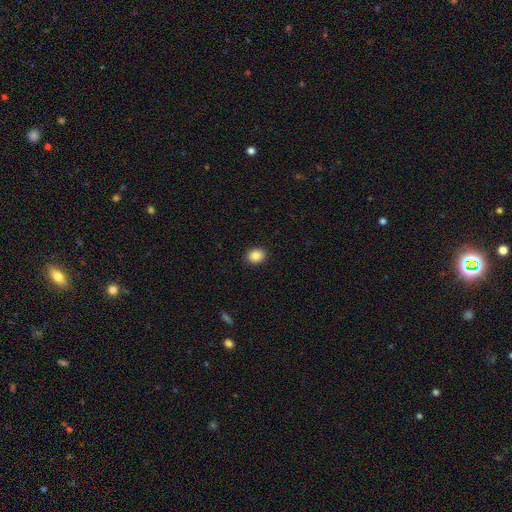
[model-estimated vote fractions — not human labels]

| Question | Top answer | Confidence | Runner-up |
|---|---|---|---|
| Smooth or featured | smooth | 87% | star or artifact (9%) |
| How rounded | round | 54% | in between (45%) |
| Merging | none | 91% | minor disturbance (6%) |